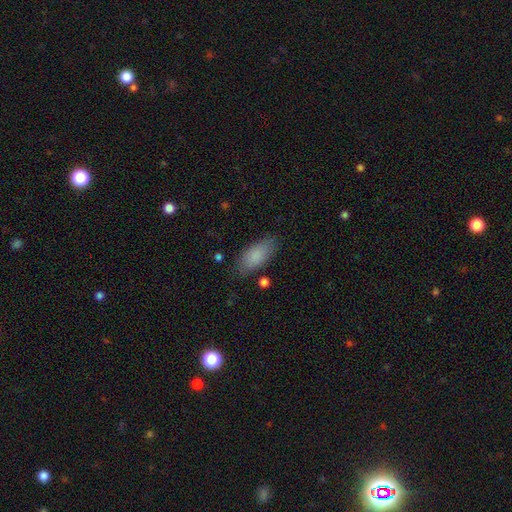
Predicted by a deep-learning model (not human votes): Morphology: type=smooth (86%); roundness=in between (86%); merging=none (78%).